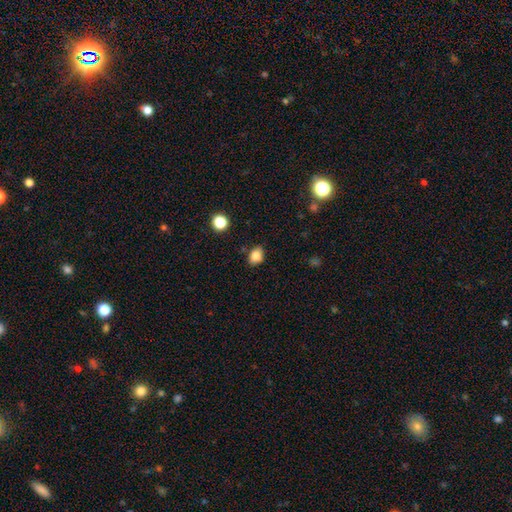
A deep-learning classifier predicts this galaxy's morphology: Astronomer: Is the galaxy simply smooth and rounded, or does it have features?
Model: smooth — 84%.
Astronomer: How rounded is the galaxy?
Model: in between — 65%.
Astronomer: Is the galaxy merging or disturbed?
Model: none — 81%.